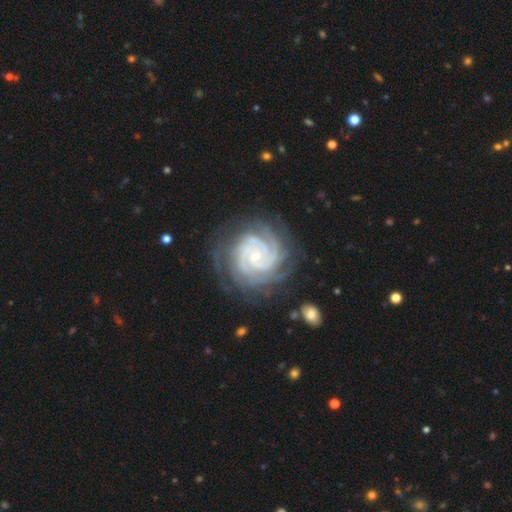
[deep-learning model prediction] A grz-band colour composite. It shows a featured or disk galaxy (92%) with no bar (70%), 4 (28%) tight (82%) spiral arms (99%) and a small central bulge (81%). Merging: none (75%).